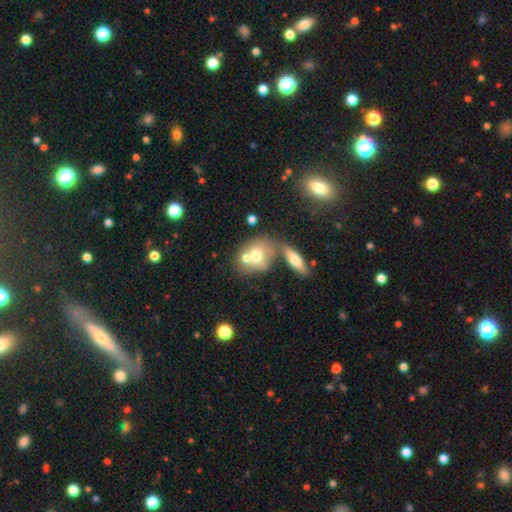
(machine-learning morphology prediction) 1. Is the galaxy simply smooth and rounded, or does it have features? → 62% smooth, 28% featured or disk, 9% star or artifact.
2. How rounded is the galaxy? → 53% round, 45% in between, 2% cigar-shaped.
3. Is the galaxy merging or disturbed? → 50% merger, 35% none, 10% minor disturbance, 5% major disturbance.